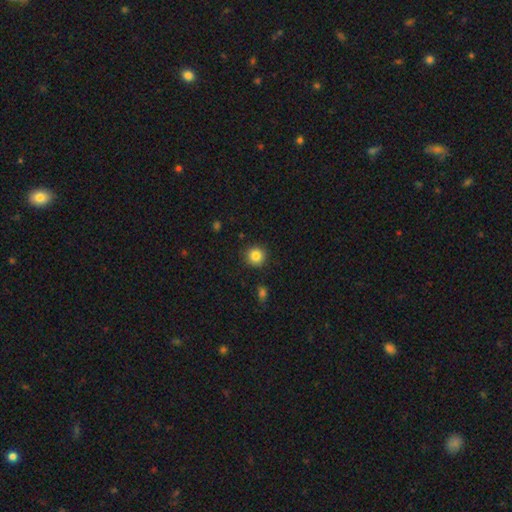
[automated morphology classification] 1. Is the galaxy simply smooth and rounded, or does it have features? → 85% smooth, 10% star or artifact, 5% featured or disk.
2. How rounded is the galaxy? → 94% round, 5% in between, 1% cigar-shaped.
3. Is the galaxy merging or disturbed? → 90% none, 7% minor disturbance, 2% major disturbance, 2% merger.